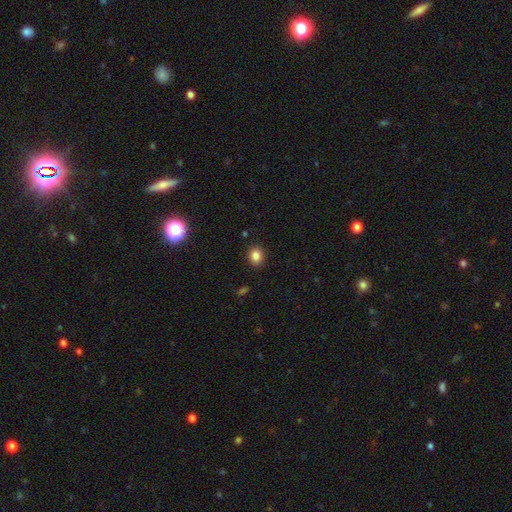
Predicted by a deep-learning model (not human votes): This appears to be a smooth galaxy with no disk features (84%) that is round (55%). Merging: none (89%).